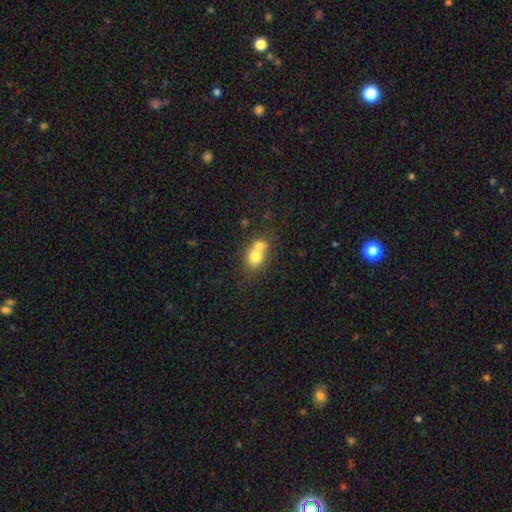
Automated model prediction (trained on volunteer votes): Morphology: type=smooth (72%); roundness=round (65%); merging=merger (63%).